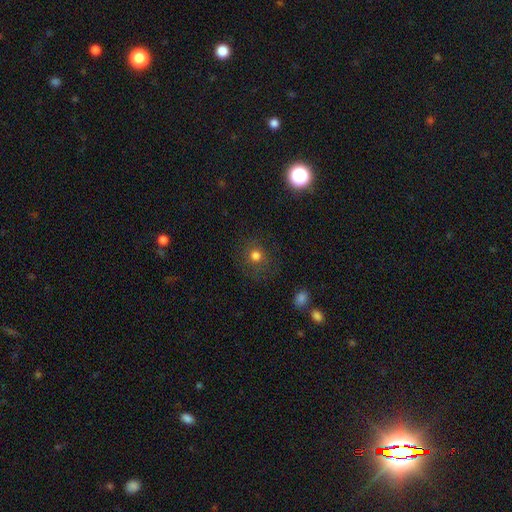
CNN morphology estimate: Smooth or featured?
  - smooth: 74% *
  - star or artifact: 16%
  - featured or disk: 10%
How rounded?
  - round: 87% *
  - in between: 12%
  - cigar-shaped: 1%
Merging?
  - none: 81% *
  - minor disturbance: 11%
  - major disturbance: 6%
  - merger: 2%